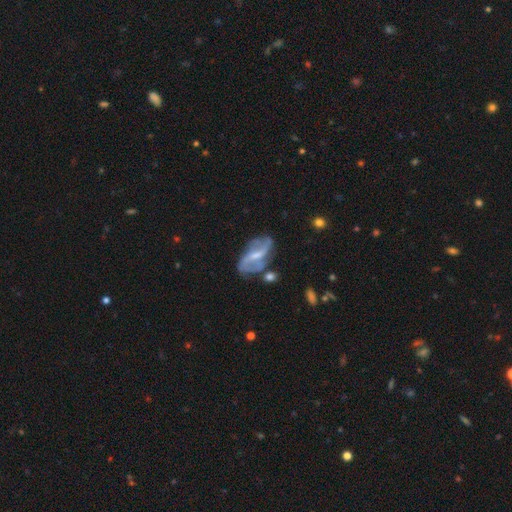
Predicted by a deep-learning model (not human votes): This appears to be a featured or disk galaxy (77%) with a weak bar (46%), 2 (71%) loose (54%) spiral arms (85%) and a small central bulge (46%). Merging: none (55%).